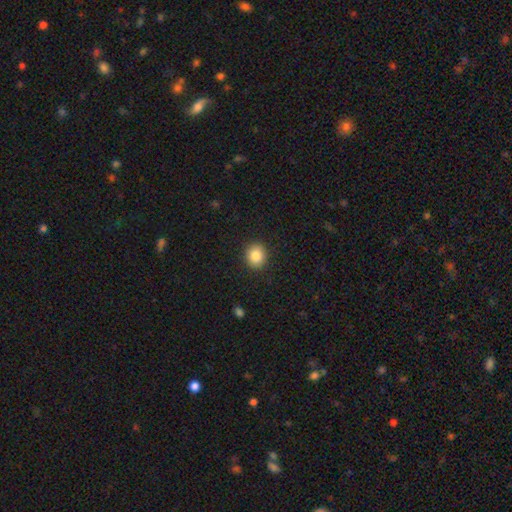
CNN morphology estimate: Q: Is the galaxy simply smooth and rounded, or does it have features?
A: smooth — 85%.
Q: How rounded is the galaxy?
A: round — 79%.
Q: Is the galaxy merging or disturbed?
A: none — 91%.